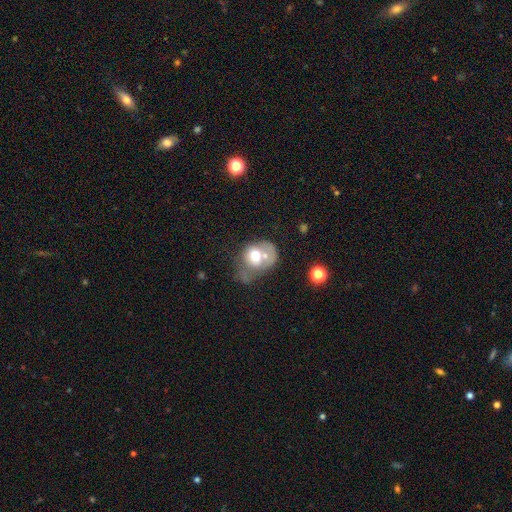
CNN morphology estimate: Smooth or featured?
  - smooth: 61% *
  - featured or disk: 31%
  - star or artifact: 9%
How rounded?
  - round: 55% *
  - in between: 44%
  - cigar-shaped: 1%
Merging?
  - merger: 50% *
  - none: 18%
  - major disturbance: 18%
  - minor disturbance: 14%